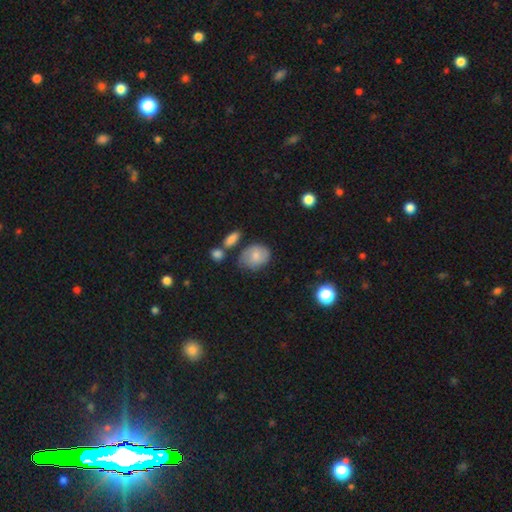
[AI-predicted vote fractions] Smooth or featured?
  - smooth: 71% *
  - featured or disk: 21%
  - star or artifact: 8%
How rounded?
  - in between: 58% *
  - round: 41%
  - cigar-shaped: 1%
Merging?
  - none: 57% *
  - minor disturbance: 25%
  - merger: 10%
  - major disturbance: 8%